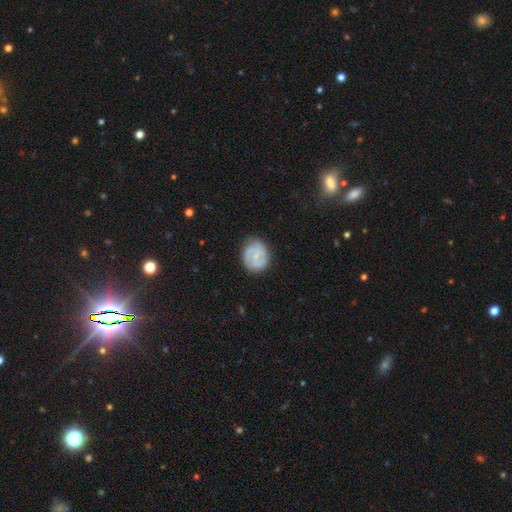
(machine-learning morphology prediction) Smooth or featured: featured or disk — 60% (smooth — 34%)
Edge-on disk: no — 98% (yes — 2%)
Bar: weak — 50% (no — 37%)
Spiral arms: yes — 84% (no — 16%)
Bulge size: small — 58% (none — 22%)
Merging: none — 79% (minor disturbance — 15%)